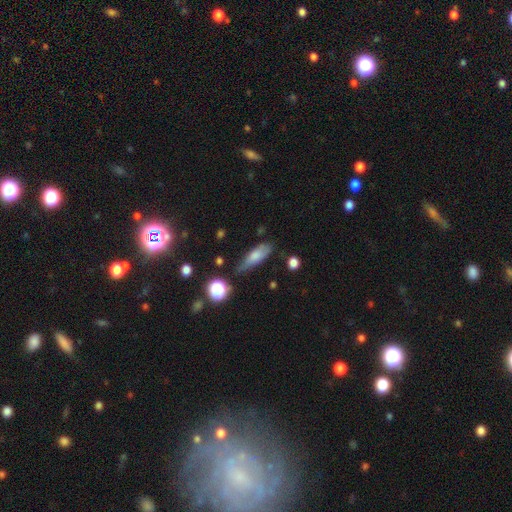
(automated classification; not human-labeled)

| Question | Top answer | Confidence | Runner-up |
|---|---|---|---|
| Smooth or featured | smooth | 71% | featured or disk (20%) |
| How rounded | in between | 55% | cigar-shaped (42%) |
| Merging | none | 62% | minor disturbance (27%) |